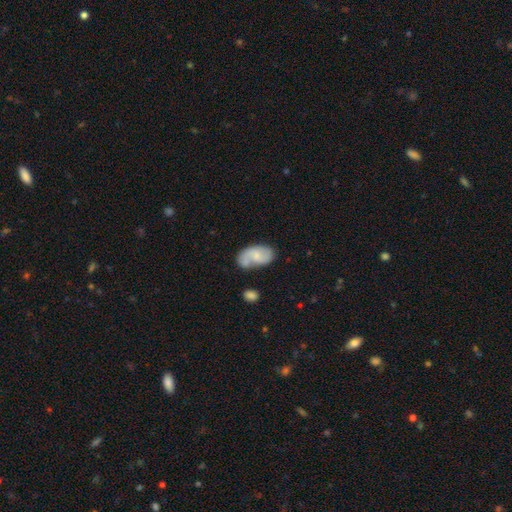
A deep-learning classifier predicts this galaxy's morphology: smooth_or_featured: smooth (p=0.47) [tied with: featured or disk p=0.47]
merging: none (p=0.47) [alt: minor disturbance p=0.24]